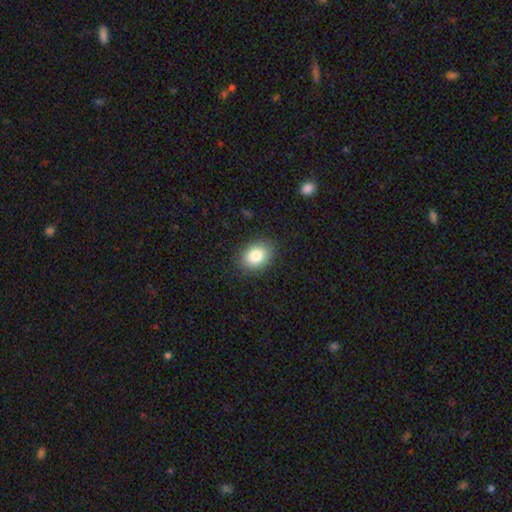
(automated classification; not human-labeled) Q: Smooth or featured?
A: smooth (83%); runner-up: star or artifact (9%)
Q: How rounded?
A: in between (72%); runner-up: round (27%)
Q: Merging?
A: none (87%); runner-up: minor disturbance (10%)